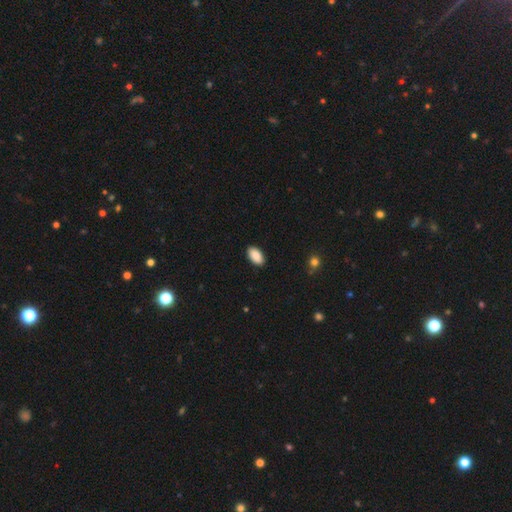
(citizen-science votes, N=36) Smooth or featured? smooth (92%)
How rounded? in between (94%)
Merging? none (97%)